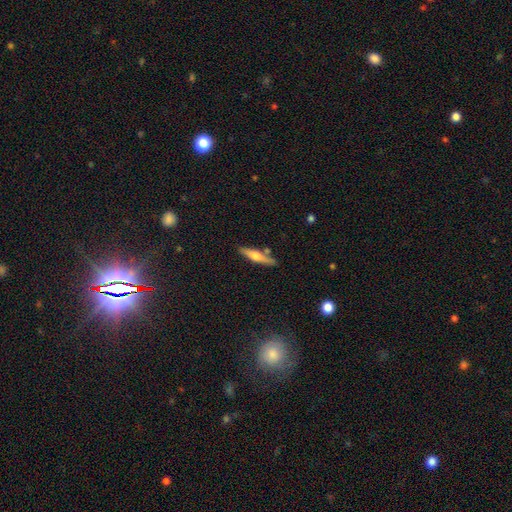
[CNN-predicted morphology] The model was most divided on "smooth or featured" (2-way tie): featured or disk: 47%, smooth: 47%, star or artifact: 6%. More confident: merging — none (78%).